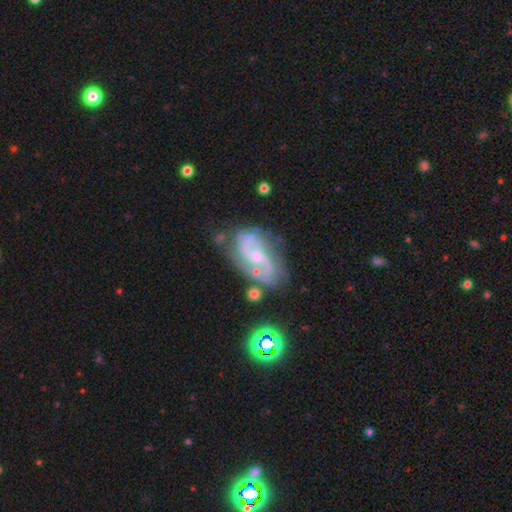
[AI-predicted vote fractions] Smooth or featured? Predicted: featured or disk (p=0.87). Edge-on disk? Predicted: no (p=0.97). Bar? Predicted: no (p=0.47). Spiral arms? Predicted: yes (p=0.97). Spiral winding? Predicted: medium (p=0.55). Spiral arm count? Predicted: 2 (p=0.84). Bulge size? Predicted: small (p=0.46). Merging? Predicted: none (p=0.64).